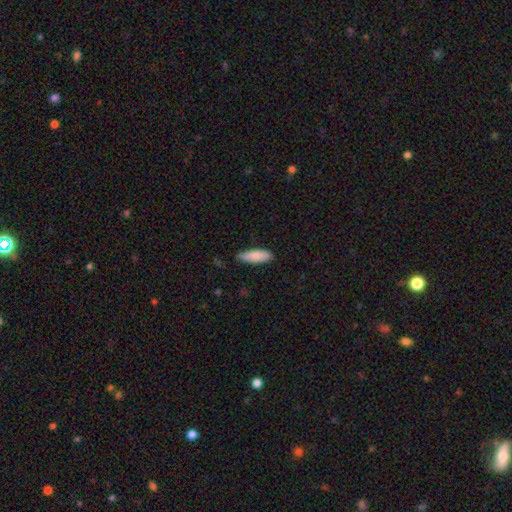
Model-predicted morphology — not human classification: Smooth or featured? Predicted: smooth (p=0.86). How rounded? Predicted: in between (p=0.57). Merging? Predicted: none (p=0.82).